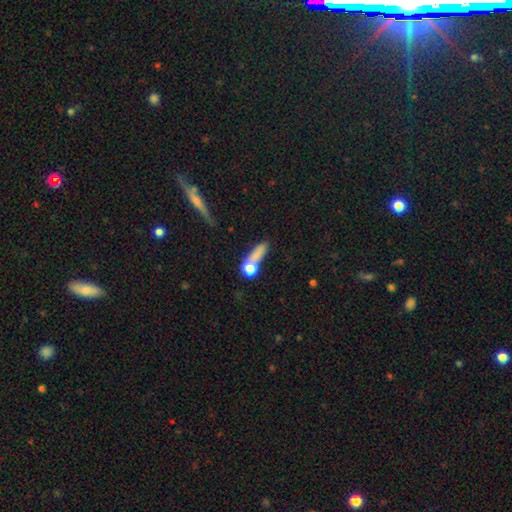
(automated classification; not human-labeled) A smooth galaxy with no disk features (69%) that is cigar-shaped (37%).

Vote fractions:
- Smooth or featured? smooth: 69% / featured or disk: 19% / star or artifact: 12%
- How rounded? cigar-shaped: 37% / in between: 34% / round: 29%
- Merging? none: 35% / merger: 30% / major disturbance: 19% / minor disturbance: 15%